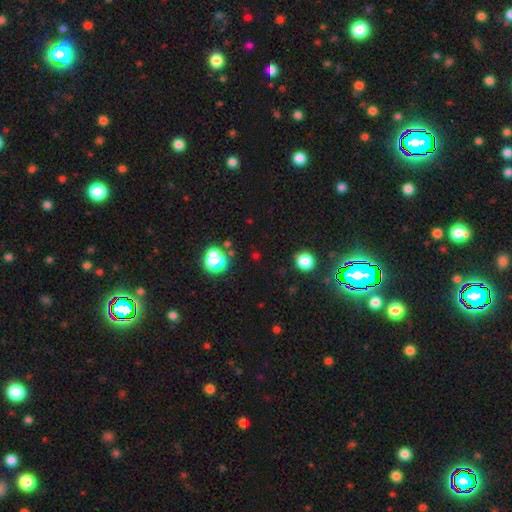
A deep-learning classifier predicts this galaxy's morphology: smooth-or-featured: smooth: 56% | star or artifact: 36% | featured or disk: 8%
  how-rounded: round: 83% | in between: 15% | cigar-shaped: 2%
  merging: none: 75% | minor disturbance: 11% | merger: 8% | major disturbance: 6%